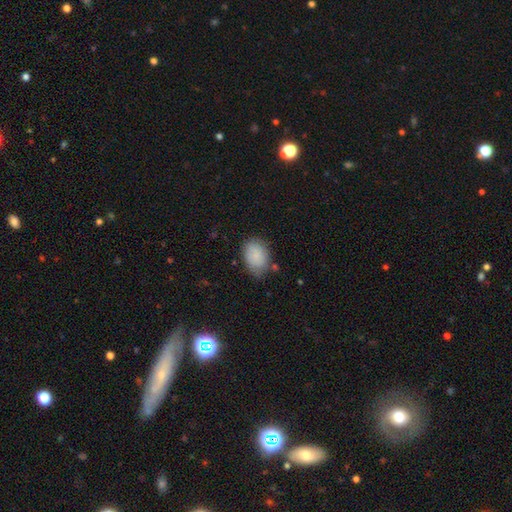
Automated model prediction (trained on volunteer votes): Morphology: type=smooth (86%); roundness=in between (80%); merging=none (68%).